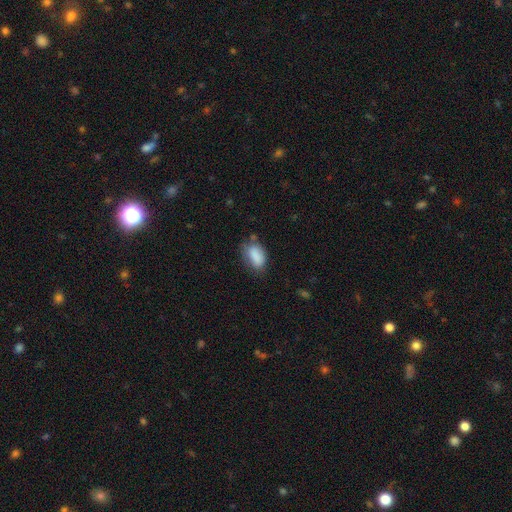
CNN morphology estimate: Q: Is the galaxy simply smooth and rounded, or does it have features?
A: smooth — 85%.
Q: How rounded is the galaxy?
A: in between — 90%.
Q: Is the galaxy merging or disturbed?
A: none — 58%.